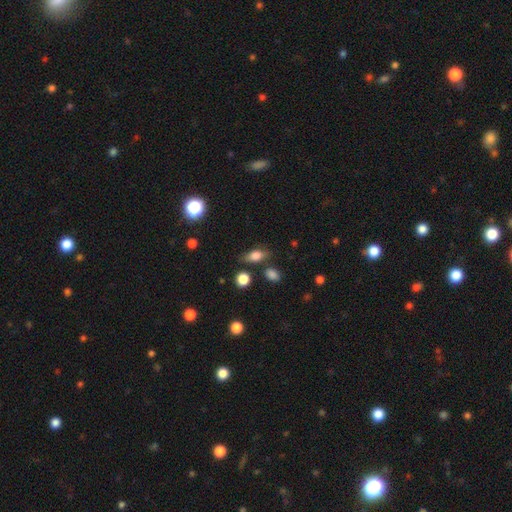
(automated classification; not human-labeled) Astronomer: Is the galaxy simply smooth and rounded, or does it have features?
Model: smooth — 74%.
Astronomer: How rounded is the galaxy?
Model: in between — 77%.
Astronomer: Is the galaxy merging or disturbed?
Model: none — 72%.